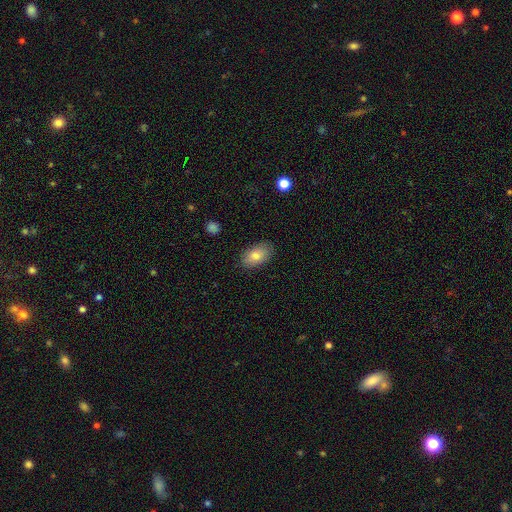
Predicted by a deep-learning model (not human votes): A smooth galaxy with no disk features (80%) that is in between round and cigar-shaped (93%). Merging: none (84%).